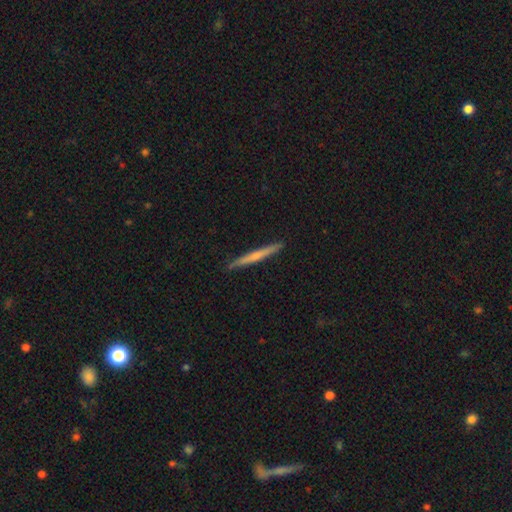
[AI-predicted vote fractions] Smooth or featured? Predicted: featured or disk (p=0.48). Merging? Predicted: none (p=0.92).